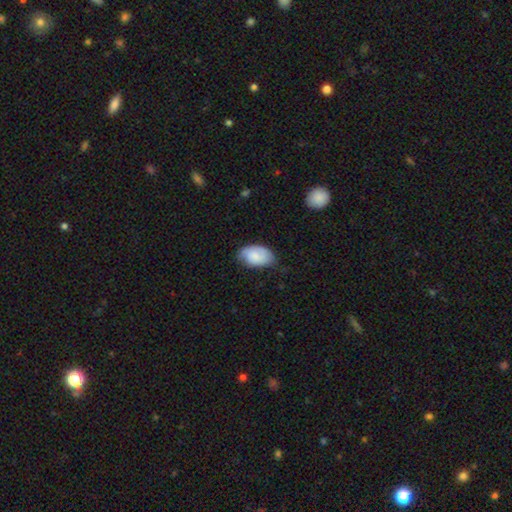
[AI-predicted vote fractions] Smooth or featured? Predicted: smooth (p=0.71). How rounded? Predicted: in between (p=0.92). Merging? Predicted: none (p=0.59).